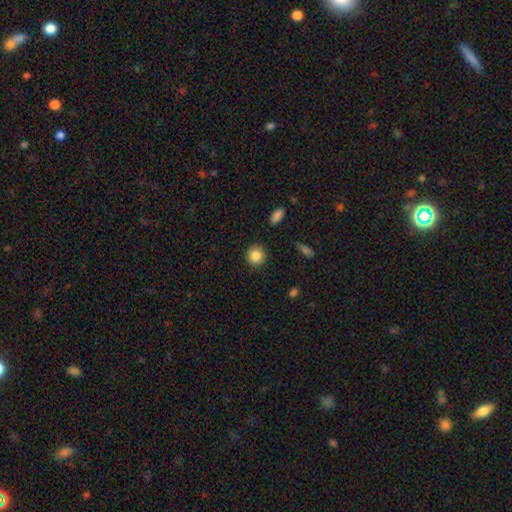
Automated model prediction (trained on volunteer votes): Smooth or featured?
  - smooth: 86% *
  - star or artifact: 9%
  - featured or disk: 5%
How rounded?
  - round: 92% *
  - in between: 7%
  - cigar-shaped: 1%
Merging?
  - none: 90% *
  - minor disturbance: 7%
  - major disturbance: 2%
  - merger: 2%